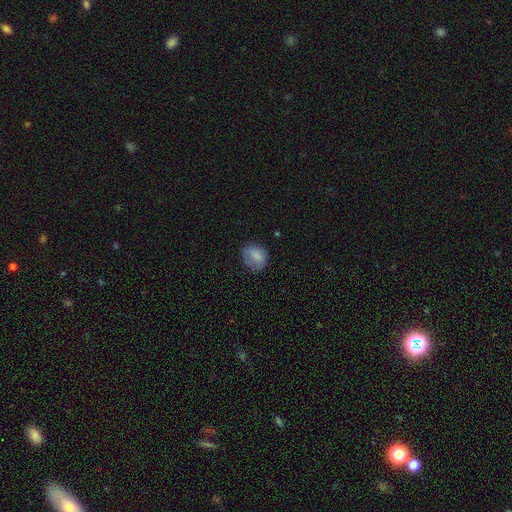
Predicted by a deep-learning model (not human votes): This is clearly a smooth galaxy (80%). How rounded: possibly round (50%). Merging: likely none (61%).